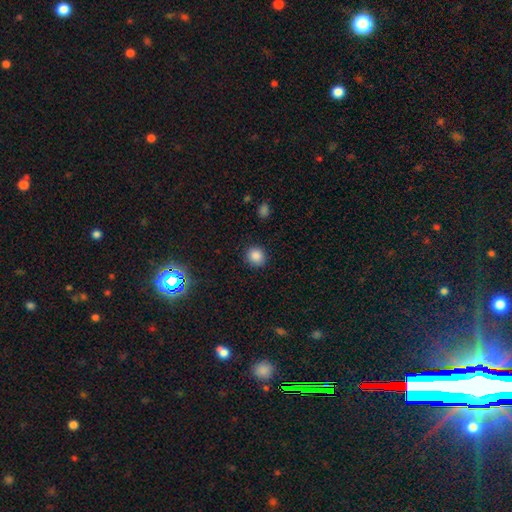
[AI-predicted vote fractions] smooth 85%, star or artifact 11%, featured or disk 4%. Down the decision tree: how rounded — round (85%); merging — none (89%).